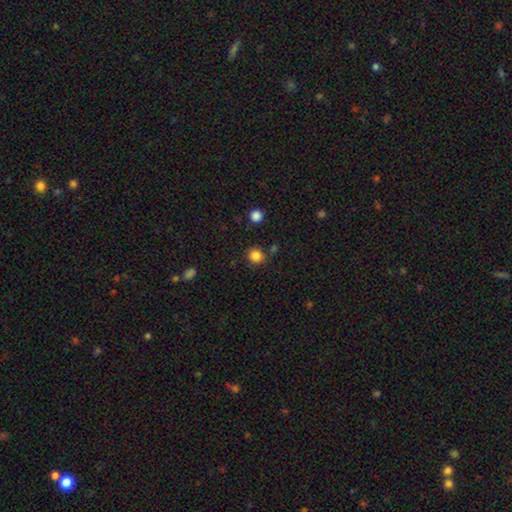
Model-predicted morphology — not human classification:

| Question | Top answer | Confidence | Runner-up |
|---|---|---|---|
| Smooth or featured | smooth | 84% | star or artifact (12%) |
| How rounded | round | 88% | in between (11%) |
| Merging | none | 82% | minor disturbance (9%) |